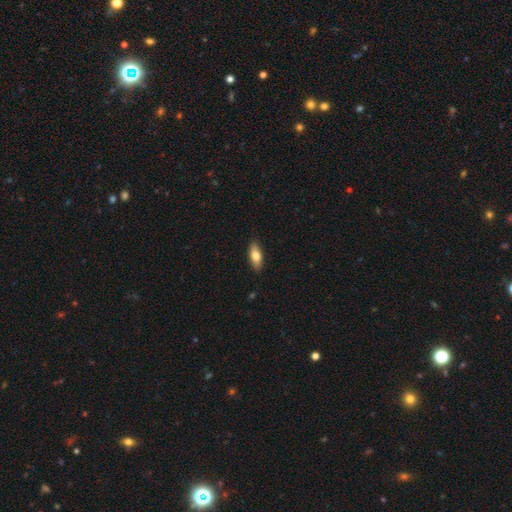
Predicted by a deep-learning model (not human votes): This is likely a smooth galaxy (75%). How rounded: likely in between (78%). Merging: clearly none (88%).